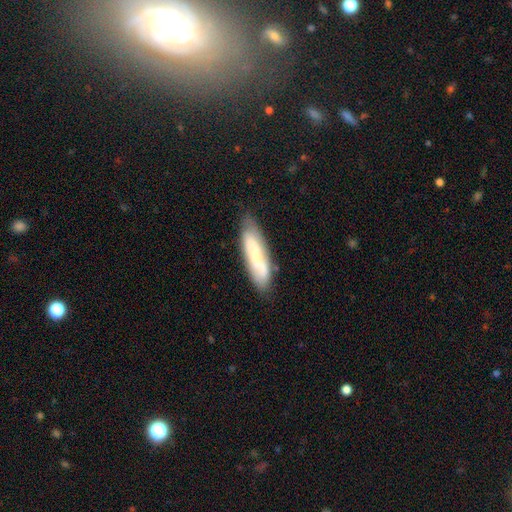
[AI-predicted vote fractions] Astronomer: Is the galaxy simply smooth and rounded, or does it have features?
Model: smooth — 49% (runner-up: featured or disk, 44%).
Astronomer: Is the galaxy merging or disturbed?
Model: none — 75%.